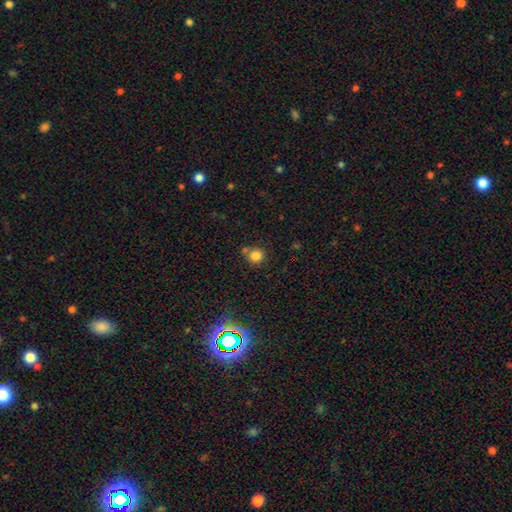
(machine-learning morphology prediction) Smooth or featured? Predicted: smooth (p=0.81). How rounded? Predicted: round (p=0.90). Merging? Predicted: none (p=0.69).